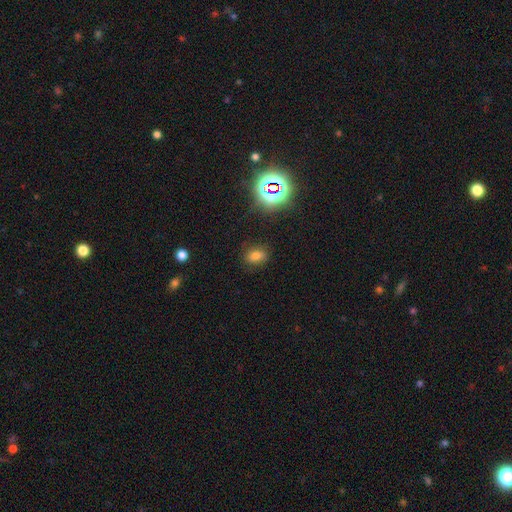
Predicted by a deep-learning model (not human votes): The model was most divided on "how rounded": in between: 71%, round: 27%, cigar-shaped: 2%. More confident: merging — none (80%); smooth or featured — smooth (70%).